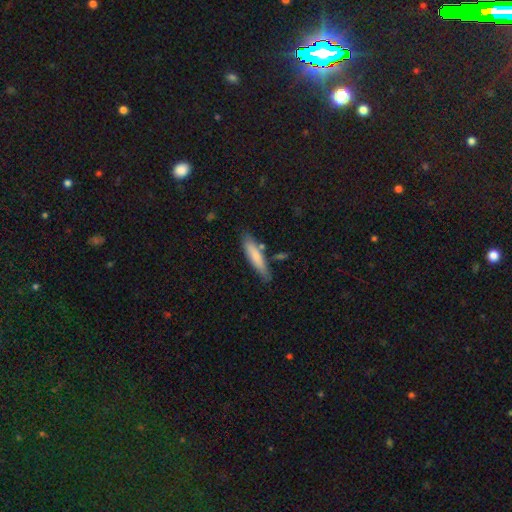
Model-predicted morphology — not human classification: Smooth or featured? Predicted: smooth (p=0.75). How rounded? Predicted: cigar-shaped (p=0.81). Merging? Predicted: none (p=0.76).